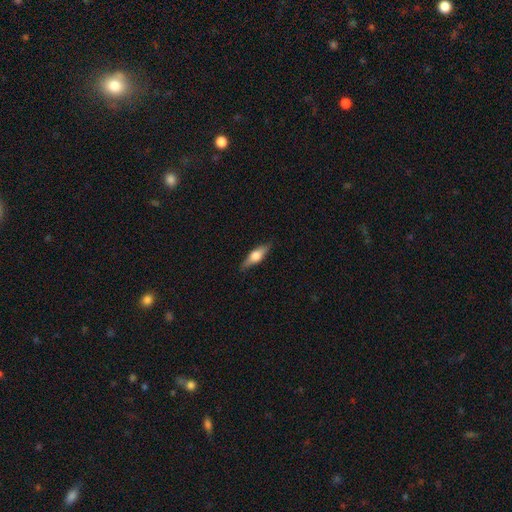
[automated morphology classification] type=featured or disk (52%); edge-on=yes (94%); merging=none (86%).